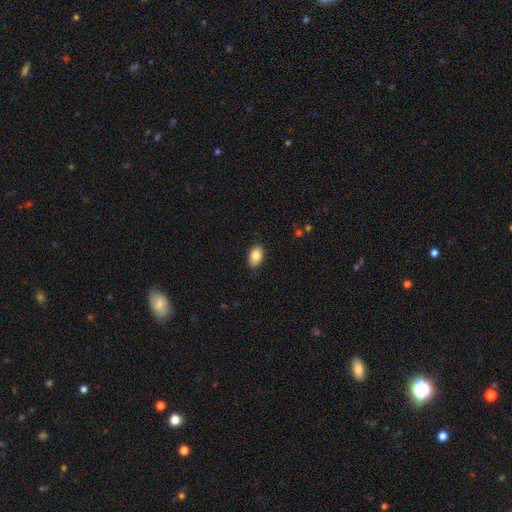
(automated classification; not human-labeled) Morphology: type=smooth (83%); roundness=in between (91%); merging=none (86%).